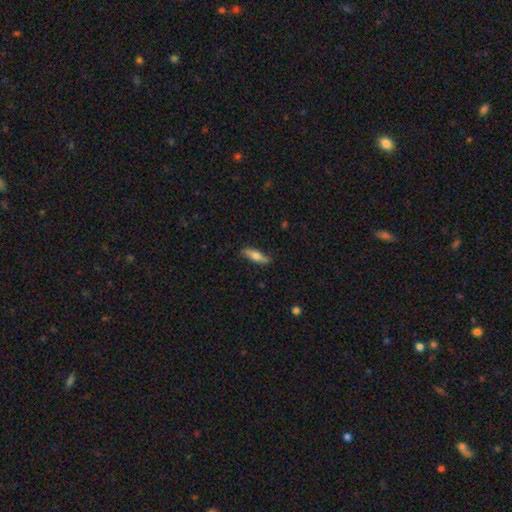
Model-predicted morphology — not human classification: A smooth galaxy with no disk features (60%) that is cigar-shaped (57%).

Vote fractions:
- Smooth or featured? smooth: 60% / featured or disk: 34% / star or artifact: 6%
- How rounded? cigar-shaped: 57% / in between: 40% / round: 3%
- Merging? none: 79% / minor disturbance: 16% / major disturbance: 3% / merger: 1%